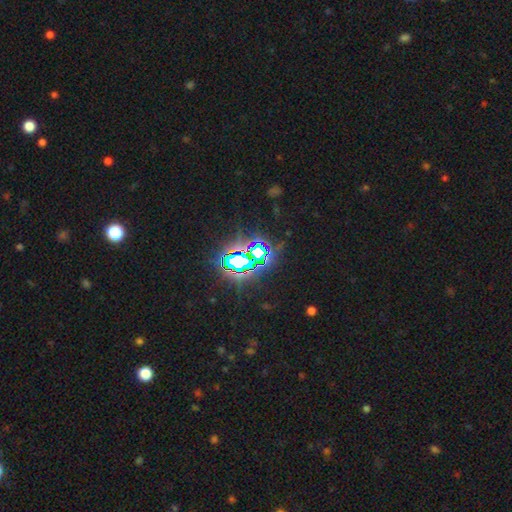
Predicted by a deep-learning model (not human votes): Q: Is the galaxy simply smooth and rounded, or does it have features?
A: star or artifact — 81%.